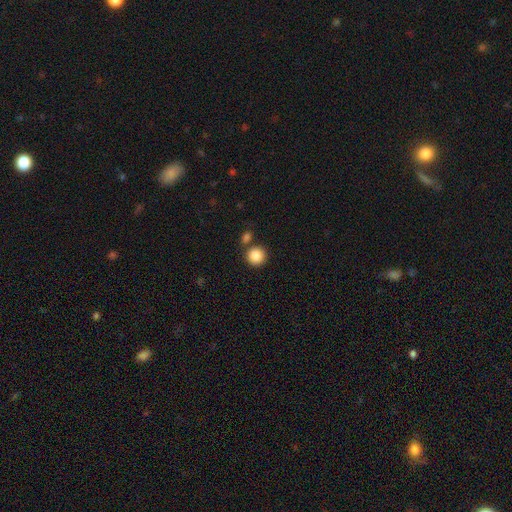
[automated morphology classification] This is clearly a smooth galaxy (87%). How rounded: clearly round (93%). Merging: likely none (74%).